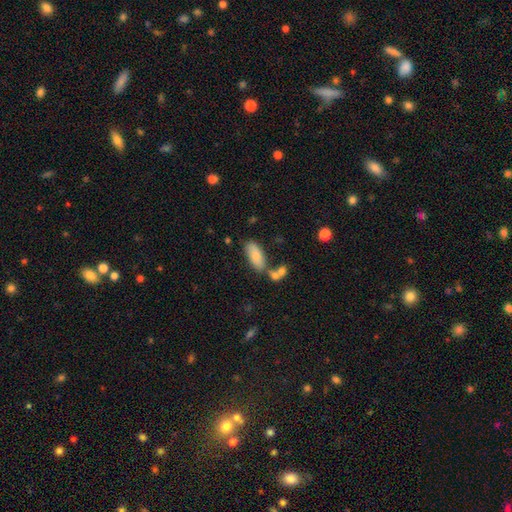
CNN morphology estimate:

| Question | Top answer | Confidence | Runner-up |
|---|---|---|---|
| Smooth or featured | smooth | 79% | featured or disk (14%) |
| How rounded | in between | 83% | cigar-shaped (15%) |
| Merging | none | 62% | merger (17%) |